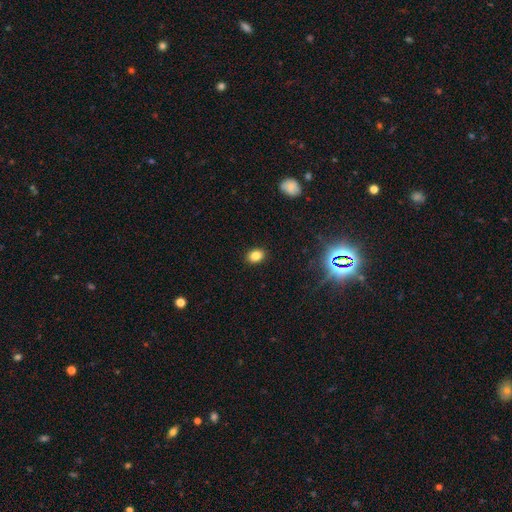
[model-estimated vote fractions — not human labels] smooth_or_featured: smooth (p=0.83) [alt: star or artifact p=0.12]
how_rounded: in between (p=0.64) [alt: round p=0.35]
merging: none (p=0.89) [alt: minor disturbance p=0.08]